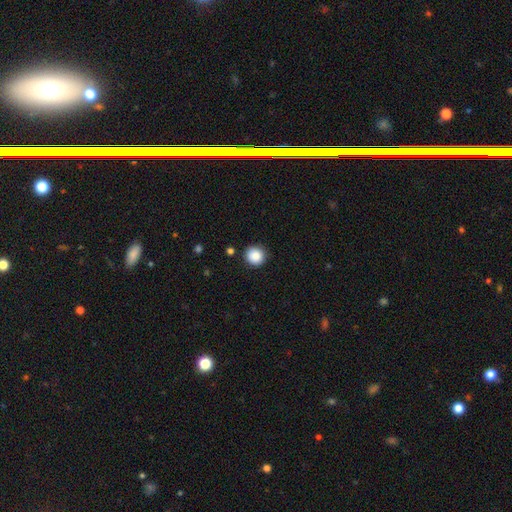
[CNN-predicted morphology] Smooth or featured: smooth — 87% (star or artifact — 9%)
How rounded: round — 92% (in between — 7%)
Merging: none — 88% (minor disturbance — 8%)